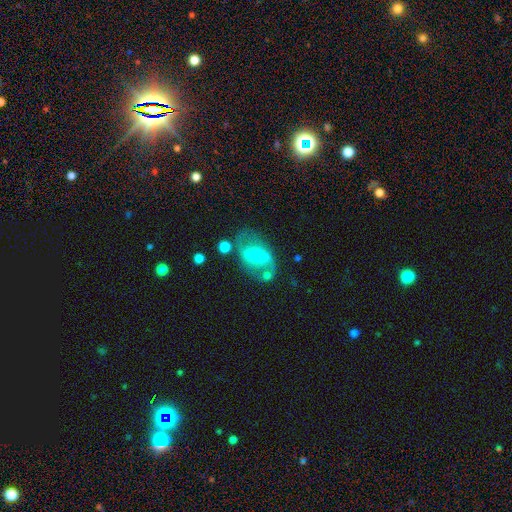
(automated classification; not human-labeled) Morphology: type=featured or disk (72%); edge-on=no (96%); bar=weak (39%); spiral arms=yes (84%); winding=loose (54%); arm count=2 (88%); bulge=small (52%); merging=none (57%).